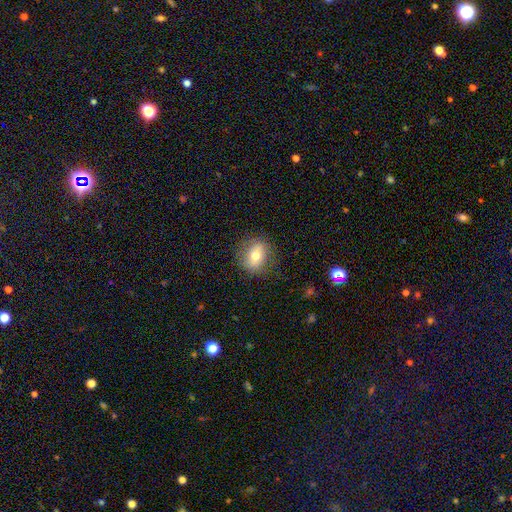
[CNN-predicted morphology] smooth-or-featured: smooth: 67% | featured or disk: 24% | star or artifact: 9%
  how-rounded: round: 55% | in between: 44% | cigar-shaped: 2%
  merging: none: 81% | minor disturbance: 14% | major disturbance: 5% | merger: 1%